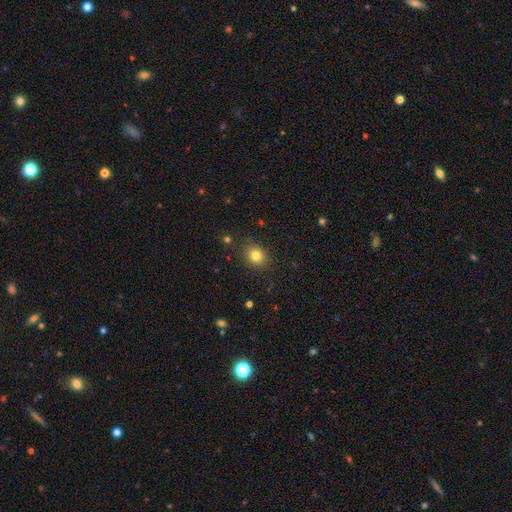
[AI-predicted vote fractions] Morphology: type=smooth (80%); roundness=round (70%); merging=none (85%).